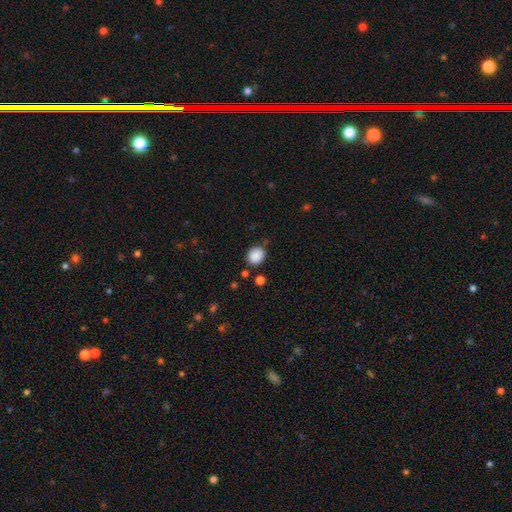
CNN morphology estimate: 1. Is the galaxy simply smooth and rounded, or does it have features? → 88% smooth, 9% star or artifact, 3% featured or disk.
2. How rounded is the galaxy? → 70% round, 29% in between, 1% cigar-shaped.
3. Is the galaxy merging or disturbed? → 82% none, 11% minor disturbance, 4% merger, 3% major disturbance.